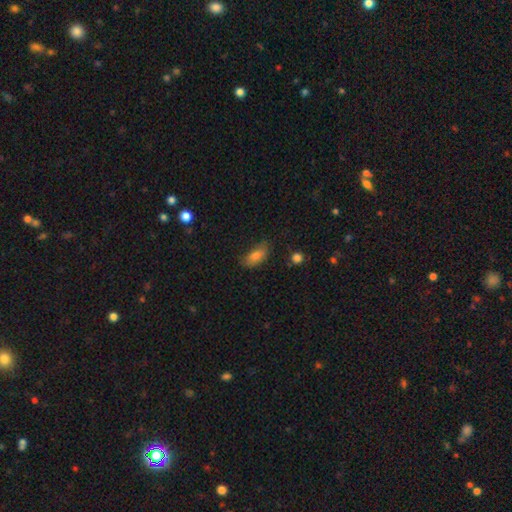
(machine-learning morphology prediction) smooth-or-featured: smooth: 80% | featured or disk: 10% | star or artifact: 10%
  how-rounded: in between: 86% | cigar-shaped: 9% | round: 5%
  merging: none: 64% | minor disturbance: 27% | major disturbance: 7% | merger: 2%